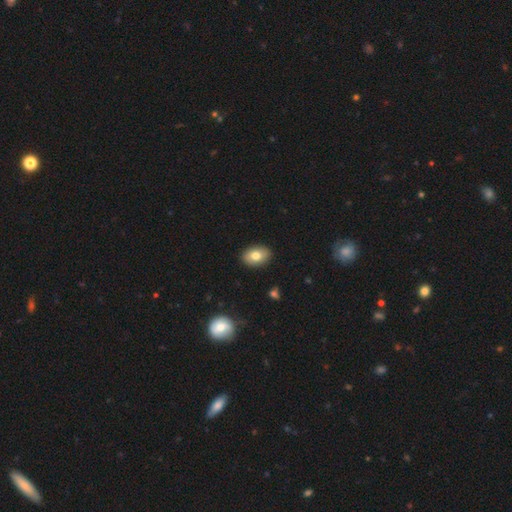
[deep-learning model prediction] smooth 78%, featured or disk 15%, star or artifact 8%. Down the decision tree: how rounded — in between (85%); merging — none (89%).